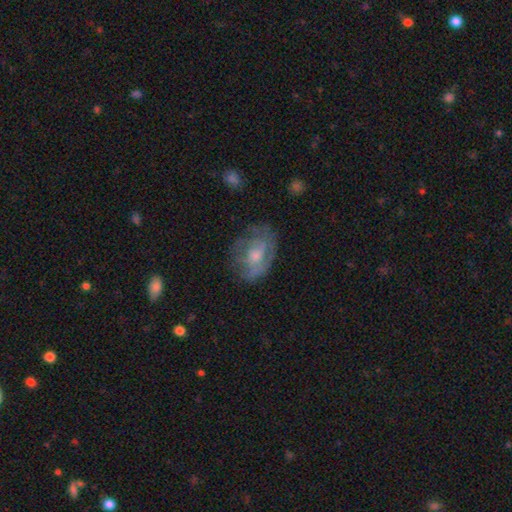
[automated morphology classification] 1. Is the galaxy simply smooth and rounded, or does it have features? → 56% featured or disk, 35% smooth, 9% star or artifact.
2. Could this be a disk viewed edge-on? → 95% no, 5% yes.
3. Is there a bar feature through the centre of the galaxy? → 75% no, 22% weak, 4% strong.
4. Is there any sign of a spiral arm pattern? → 52% yes, 48% no.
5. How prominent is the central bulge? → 52% moderate, 34% small, 6% large, 6% none, 1% dominant.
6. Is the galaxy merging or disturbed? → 62% none, 23% minor disturbance, 13% major disturbance, 2% merger.